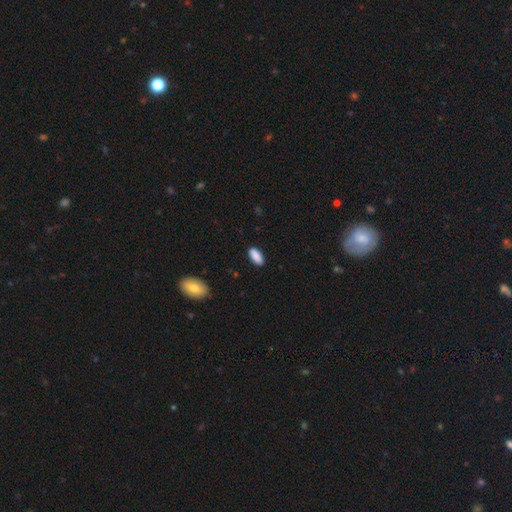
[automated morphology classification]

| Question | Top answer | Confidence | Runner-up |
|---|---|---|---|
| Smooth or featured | smooth | 89% | star or artifact (7%) |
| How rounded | in between | 86% | cigar-shaped (12%) |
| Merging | none | 87% | minor disturbance (10%) |